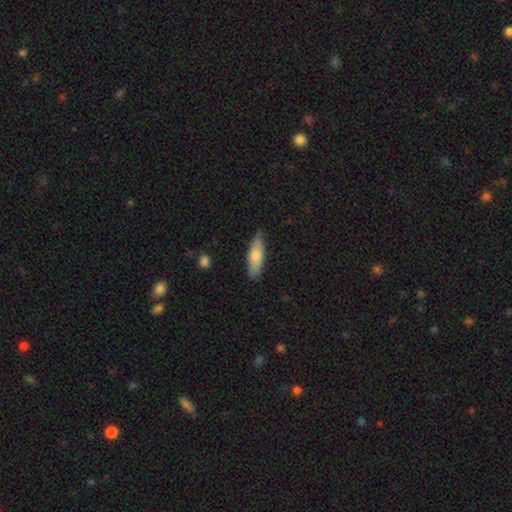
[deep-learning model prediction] Smooth or featured? Predicted: smooth (p=0.72). How rounded? Predicted: cigar-shaped (p=0.55). Merging? Predicted: none (p=0.82).